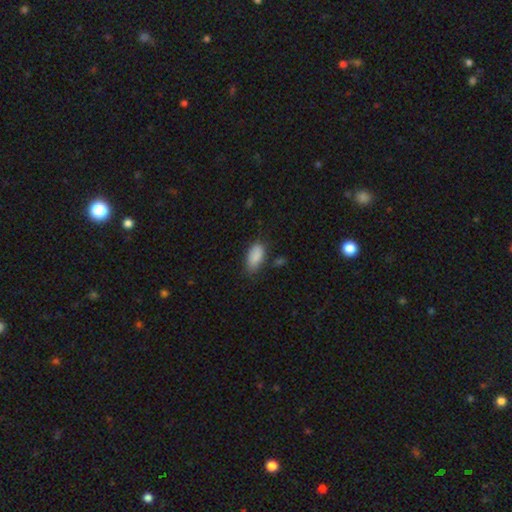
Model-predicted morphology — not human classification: The model was most divided on "merging": none: 73%, minor disturbance: 20%, major disturbance: 4%, merger: 2%. More confident: how rounded — in between (92%); smooth or featured — smooth (89%).